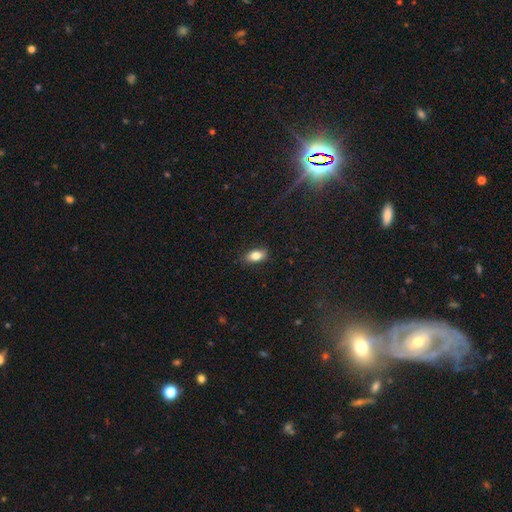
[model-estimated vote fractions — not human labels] smooth 83%, featured or disk 9%, star or artifact 8%. Down the decision tree: how rounded — in between (89%); merging — none (86%).